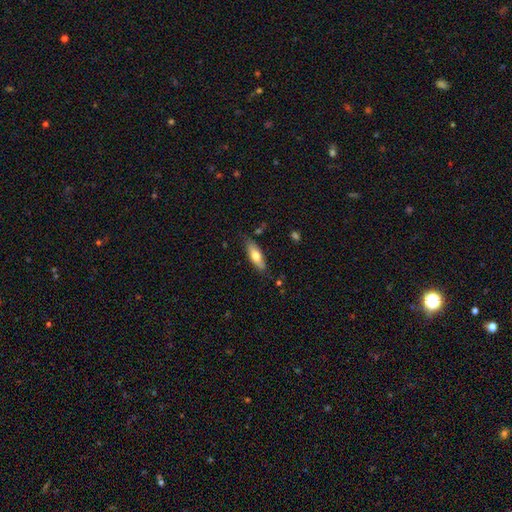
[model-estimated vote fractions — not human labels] This is likely a smooth galaxy (69%). How rounded: possibly in between (59%). Merging: likely none (80%).